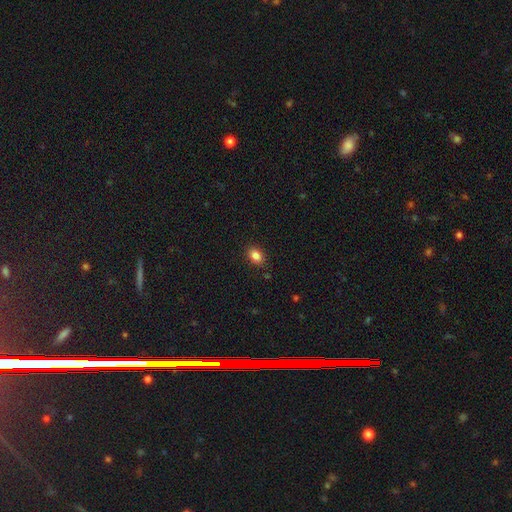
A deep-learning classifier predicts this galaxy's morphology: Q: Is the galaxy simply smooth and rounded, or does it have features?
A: smooth — 84%.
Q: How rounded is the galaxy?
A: in between — 75%.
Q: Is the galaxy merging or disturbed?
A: none — 87%.